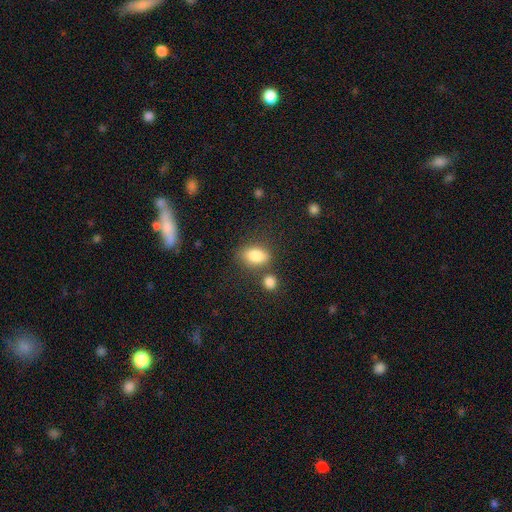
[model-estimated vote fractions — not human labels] Smooth or featured: smooth — 83% (star or artifact — 9%)
How rounded: in between — 82% (round — 16%)
Merging: none — 64% (minor disturbance — 16%)